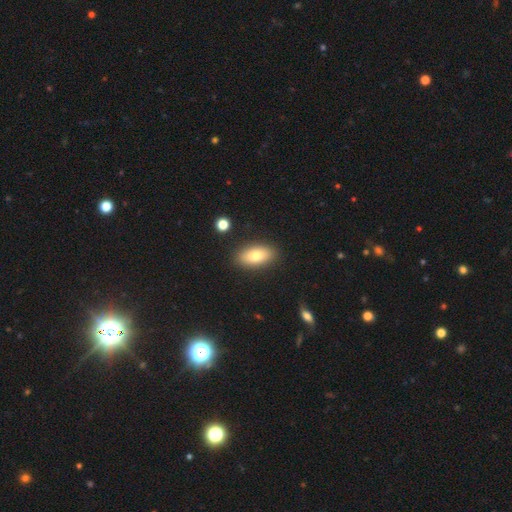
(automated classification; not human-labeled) Smooth or featured?
  - smooth: 77% *
  - featured or disk: 16%
  - star or artifact: 7%
How rounded?
  - in between: 89% *
  - cigar-shaped: 7%
  - round: 4%
Merging?
  - none: 88% *
  - minor disturbance: 8%
  - major disturbance: 2%
  - merger: 2%